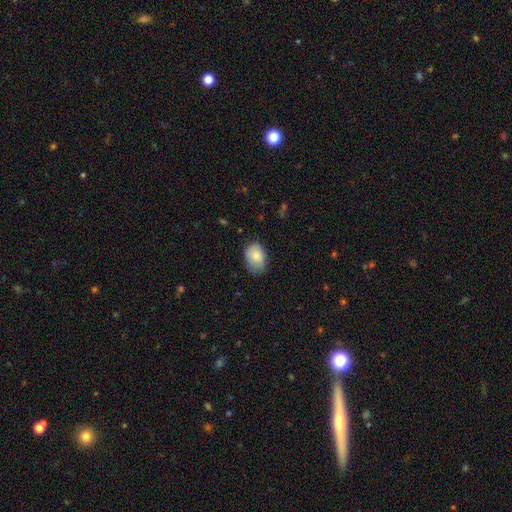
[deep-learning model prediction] Smooth or featured? Predicted: smooth (p=0.85). How rounded? Predicted: in between (p=0.79). Merging? Predicted: none (p=0.70).